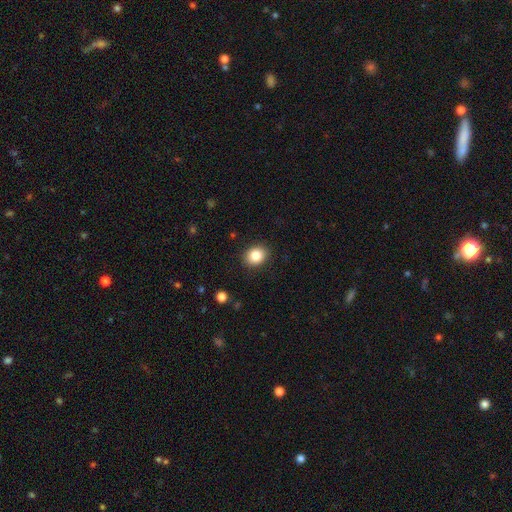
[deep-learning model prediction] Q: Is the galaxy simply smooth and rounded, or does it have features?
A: smooth — 85%.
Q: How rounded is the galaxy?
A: round — 54%.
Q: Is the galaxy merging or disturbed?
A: none — 88%.